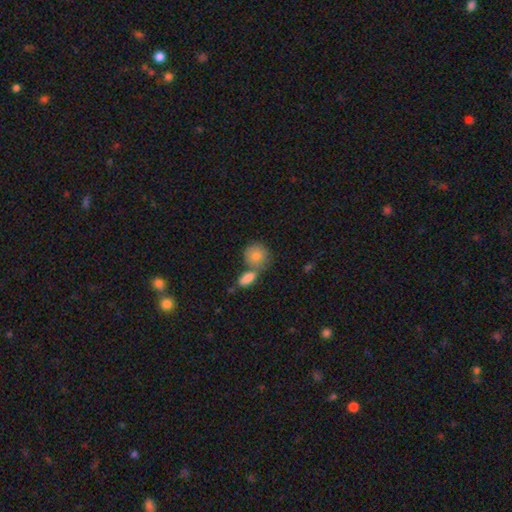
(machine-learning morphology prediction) This is clearly a smooth galaxy (83%). How rounded: likely round (75%). Merging: possibly none (48%).